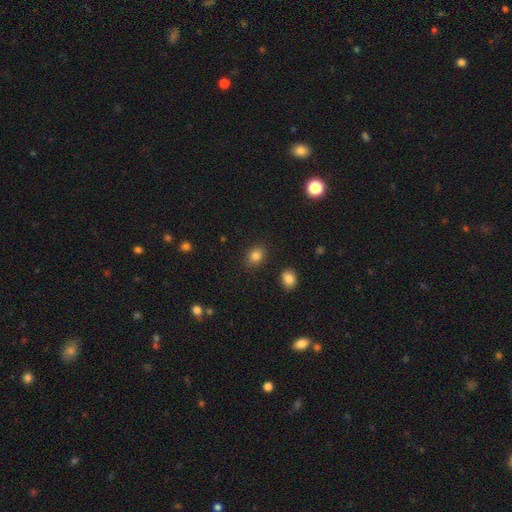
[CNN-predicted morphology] smooth_or_featured: smooth (p=0.84) [alt: star or artifact p=0.11]
how_rounded: in between (p=0.59) [alt: round p=0.40]
merging: none (p=0.86) [alt: minor disturbance p=0.09]